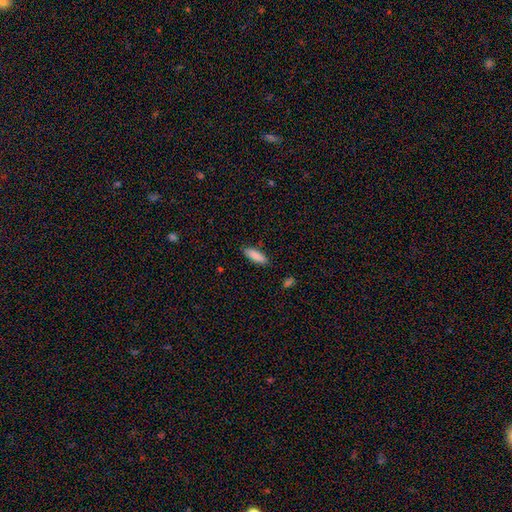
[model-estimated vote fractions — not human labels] This appears to be a smooth galaxy with no disk features (87%) that is in between round and cigar-shaped (54%). Merging: none (85%).